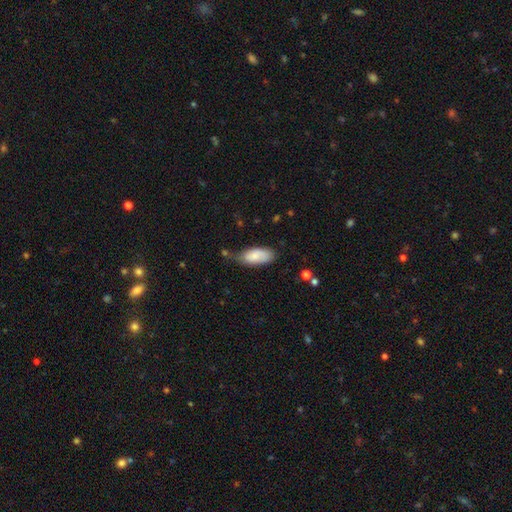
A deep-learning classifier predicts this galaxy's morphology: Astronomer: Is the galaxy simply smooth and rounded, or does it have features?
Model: smooth — 82%.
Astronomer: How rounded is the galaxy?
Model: in between — 88%.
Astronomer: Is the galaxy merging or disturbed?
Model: none — 50% (runner-up: minor disturbance, 36%).